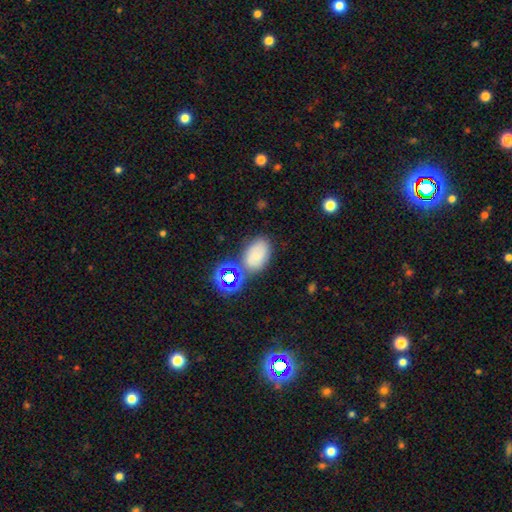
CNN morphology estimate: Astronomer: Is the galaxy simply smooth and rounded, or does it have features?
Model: smooth — 64%.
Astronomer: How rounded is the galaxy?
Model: in between — 80%.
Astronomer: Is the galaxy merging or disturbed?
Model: none — 60%.